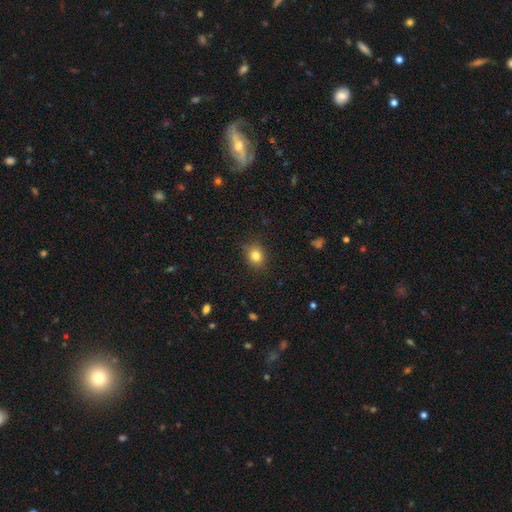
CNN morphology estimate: smooth-or-featured: smooth: 83% | star or artifact: 11% | featured or disk: 6%
  how-rounded: round: 64% | in between: 35% | cigar-shaped: 1%
  merging: none: 86% | minor disturbance: 10% | major disturbance: 3% | merger: 1%